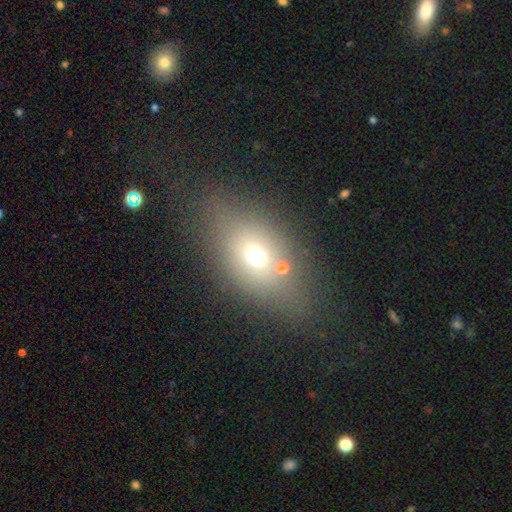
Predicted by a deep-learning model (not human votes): Smooth or featured?
  - smooth: 61% *
  - star or artifact: 21%
  - featured or disk: 18%
How rounded?
  - in between: 66% *
  - round: 30%
  - cigar-shaped: 4%
Merging?
  - none: 68% *
  - minor disturbance: 14%
  - major disturbance: 9%
  - merger: 9%